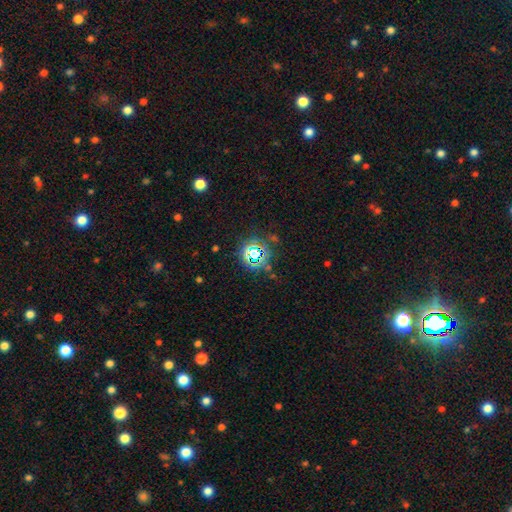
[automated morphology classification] This appears to be a star or artifact, not a galaxy (70%).